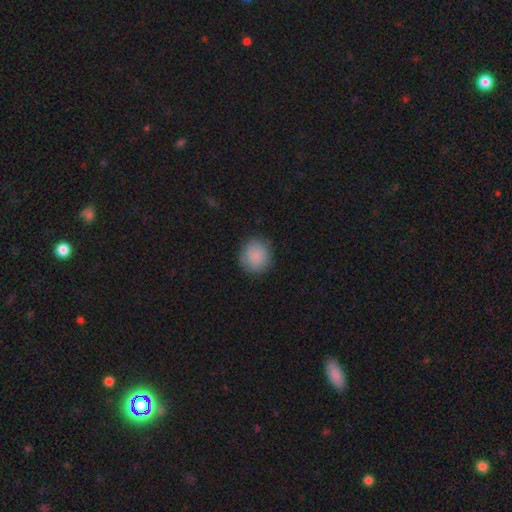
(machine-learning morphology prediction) Q: Smooth or featured?
A: smooth (88%); runner-up: star or artifact (7%)
Q: How rounded?
A: round (89%); runner-up: in between (10%)
Q: Merging?
A: none (86%); runner-up: minor disturbance (11%)